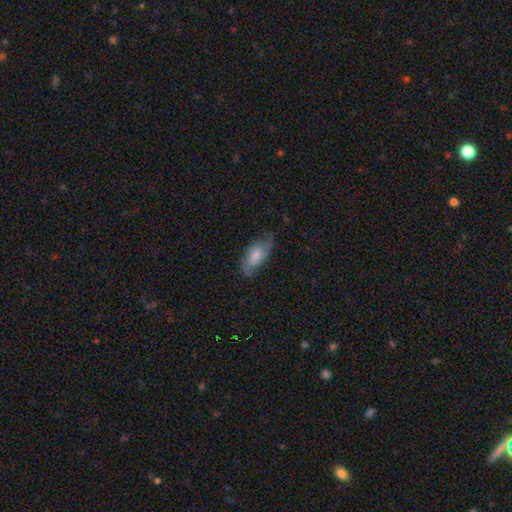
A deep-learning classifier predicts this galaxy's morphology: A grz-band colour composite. It shows a smooth galaxy with no disk features (58%) that is in between round and cigar-shaped (85%). Merging: none (64%).